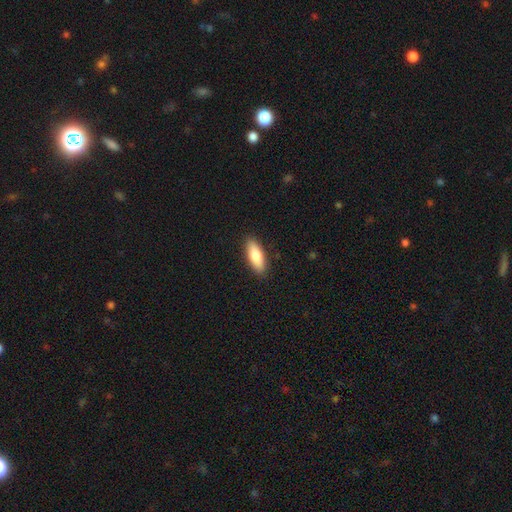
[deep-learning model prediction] Q: Smooth or featured?
A: smooth (82%); runner-up: featured or disk (13%)
Q: How rounded?
A: in between (67%); runner-up: cigar-shaped (31%)
Q: Merging?
A: none (89%); runner-up: minor disturbance (8%)